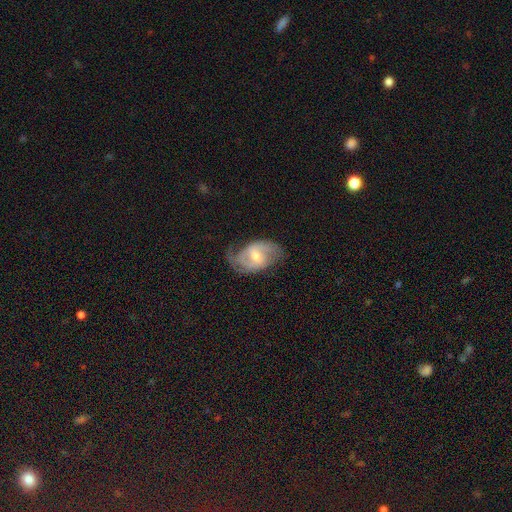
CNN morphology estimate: A featured or disk galaxy (83%) with a weak bar (54%), 2 (85%) medium (49%) spiral arms (94%) and a moderate central bulge (58%).

Vote fractions:
- Smooth or featured? featured or disk: 83% / smooth: 12% / star or artifact: 5%
- Edge-on disk? no: 97% / yes: 3%
- Bar? weak: 54% / no: 28% / strong: 18%
- Spiral arms? yes: 94% / no: 6%
- Spiral winding? medium: 49% / tight: 27% / loose: 24%
- Spiral arm count? 2: 85% / can't tell: 7% / 3: 3% / 1: 2% / 4: 1% / more than 4: 1%
- Bulge size? moderate: 58% / small: 38% / large: 3% / none: 1% / dominant: 1%
- Merging? none: 70% / minor disturbance: 20% / major disturbance: 9% / merger: 1%